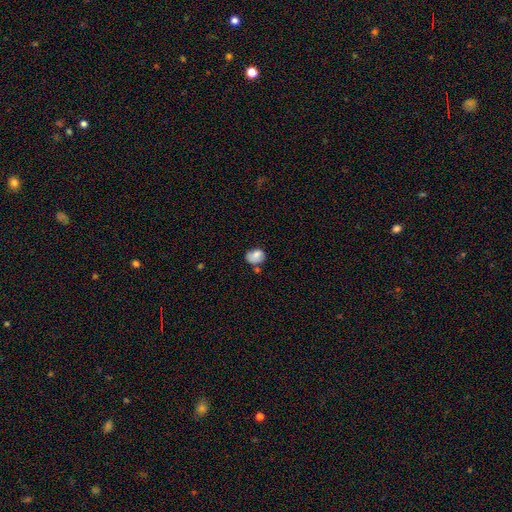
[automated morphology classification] Smooth or featured? smooth (74%)
How rounded? in between (56%)
Merging? none (49%)